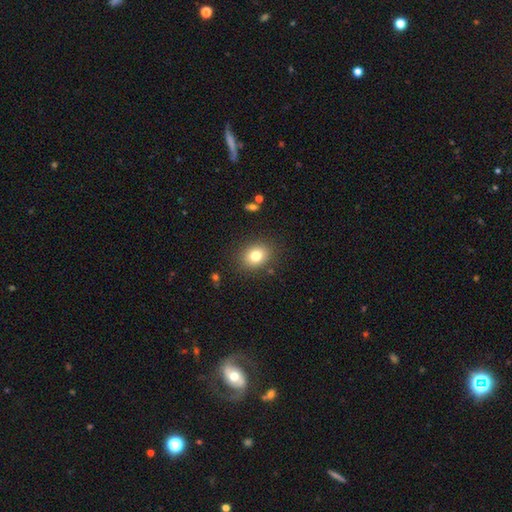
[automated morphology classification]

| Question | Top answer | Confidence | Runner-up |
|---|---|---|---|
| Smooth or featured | smooth | 79% | star or artifact (12%) |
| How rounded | round | 58% | in between (41%) |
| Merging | none | 87% | minor disturbance (9%) |